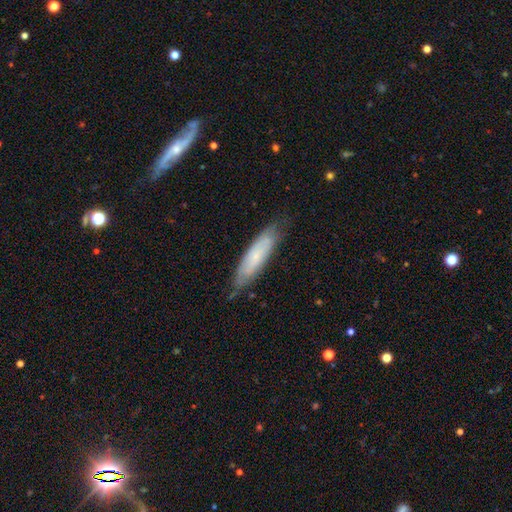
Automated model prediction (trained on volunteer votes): A smooth galaxy with no disk features (54%) that is cigar-shaped (69%). Merging: none (74%).